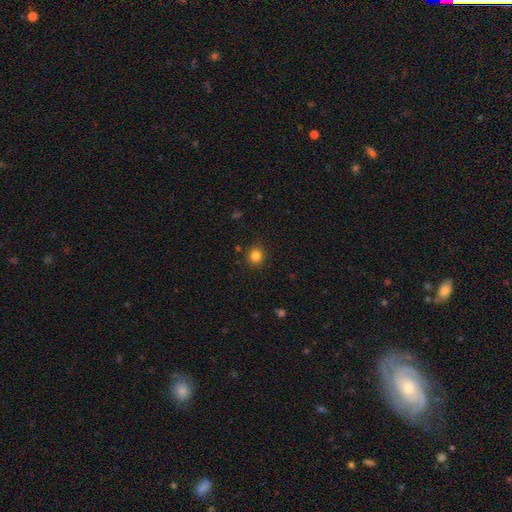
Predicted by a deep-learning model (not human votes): Q: Smooth or featured?
A: smooth (83%); runner-up: star or artifact (12%)
Q: How rounded?
A: round (88%); runner-up: in between (11%)
Q: Merging?
A: none (89%); runner-up: minor disturbance (7%)